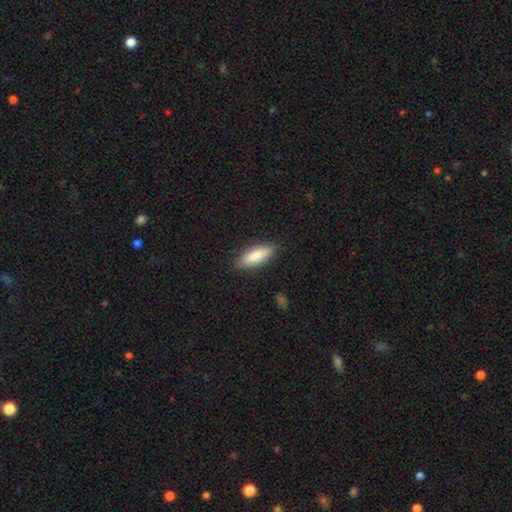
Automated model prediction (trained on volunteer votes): Morphology: type=smooth (83%); roundness=in between (67%); merging=none (86%).